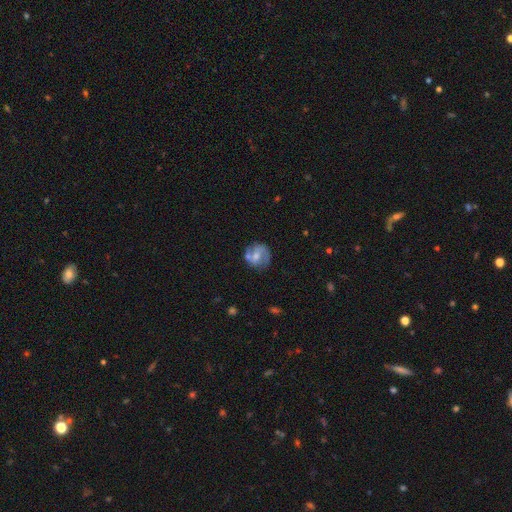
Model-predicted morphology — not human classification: Smooth or featured?
  - featured or disk: 57% *
  - smooth: 35%
  - star or artifact: 8%
Edge-on disk?
  - no: 97% *
  - yes: 3%
Bar?
  - no: 47% *
  - weak: 40%
  - strong: 12%
Spiral arms?
  - yes: 72% *
  - no: 28%
Bulge size?
  - moderate: 53% *
  - small: 34%
  - none: 6%
  - large: 5%
  - dominant: 1%
Merging?
  - none: 57% *
  - minor disturbance: 19%
  - merger: 17%
  - major disturbance: 8%